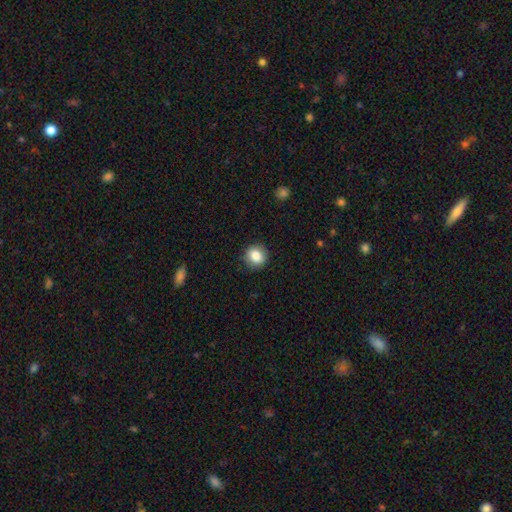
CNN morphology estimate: Smooth or featured? Predicted: smooth (p=0.84). How rounded? Predicted: round (p=0.84). Merging? Predicted: none (p=0.89).